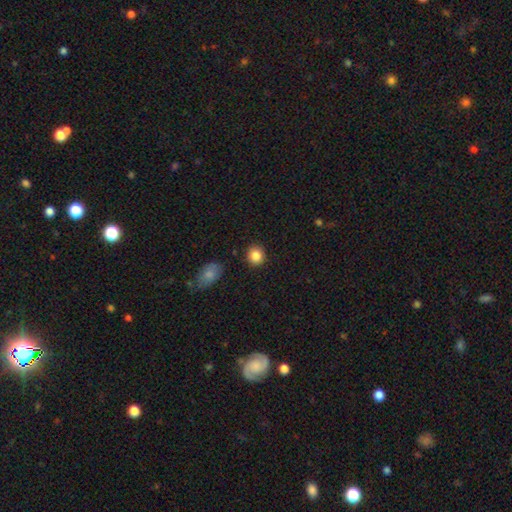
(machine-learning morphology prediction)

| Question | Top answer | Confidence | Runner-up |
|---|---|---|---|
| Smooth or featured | smooth | 86% | star or artifact (9%) |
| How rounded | round | 85% | in between (14%) |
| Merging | none | 89% | minor disturbance (7%) |